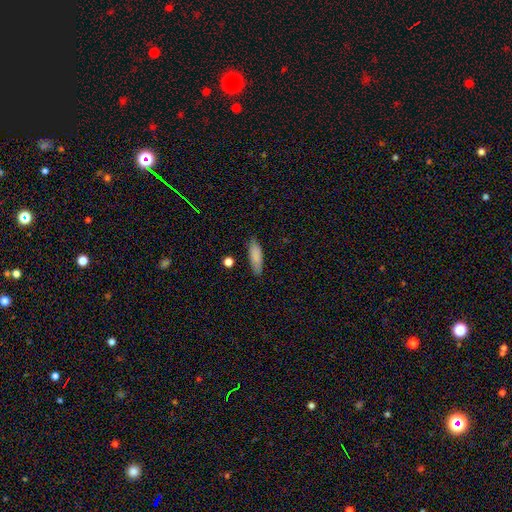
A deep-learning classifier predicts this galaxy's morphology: The model was most divided on "how rounded": in between: 56%, cigar-shaped: 42%, round: 2%. More confident: smooth or featured — smooth (85%); merging — none (83%).